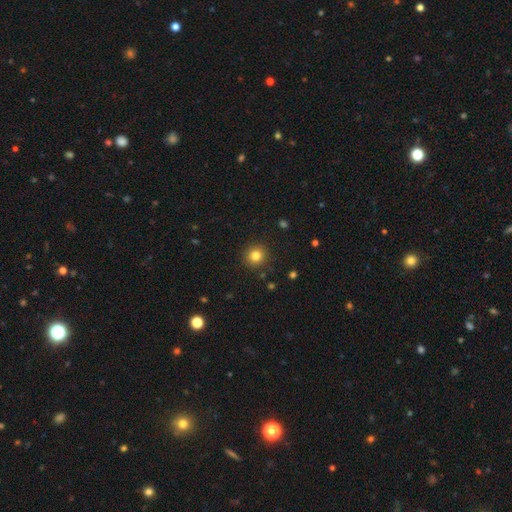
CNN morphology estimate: Smooth or featured: smooth — 81% (star or artifact — 12%)
How rounded: round — 93% (in between — 6%)
Merging: none — 90% (minor disturbance — 6%)